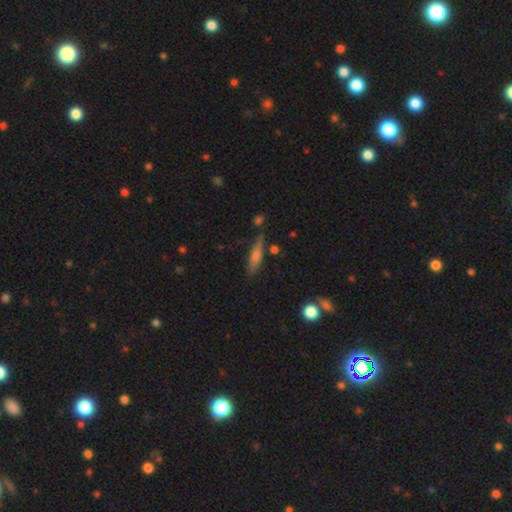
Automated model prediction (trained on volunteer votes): smooth 49%, featured or disk 43%, star or artifact 8%. Down the decision tree: merging — none (76%).